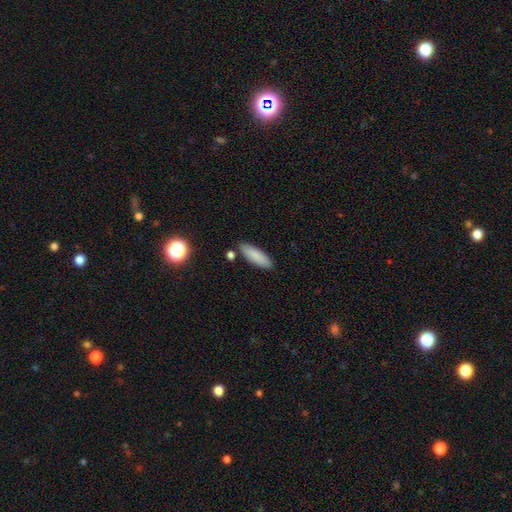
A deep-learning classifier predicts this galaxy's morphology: smooth 85%, featured or disk 8%, star or artifact 7%. Down the decision tree: how rounded — in between (54%); merging — none (83%).